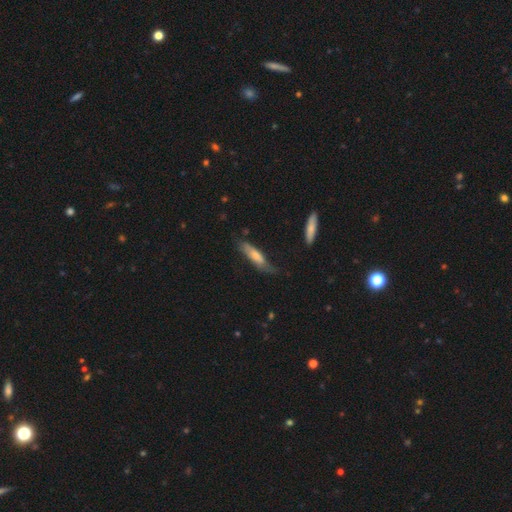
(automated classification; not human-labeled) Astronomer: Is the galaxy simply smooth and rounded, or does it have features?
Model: smooth — 66%.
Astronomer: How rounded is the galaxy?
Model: cigar-shaped — 70%.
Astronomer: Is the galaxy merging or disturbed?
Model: none — 53% (runner-up: minor disturbance, 32%).